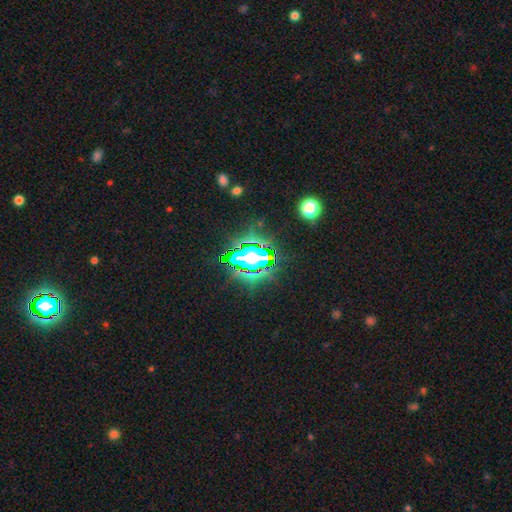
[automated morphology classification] Overall: star or artifact (69%).